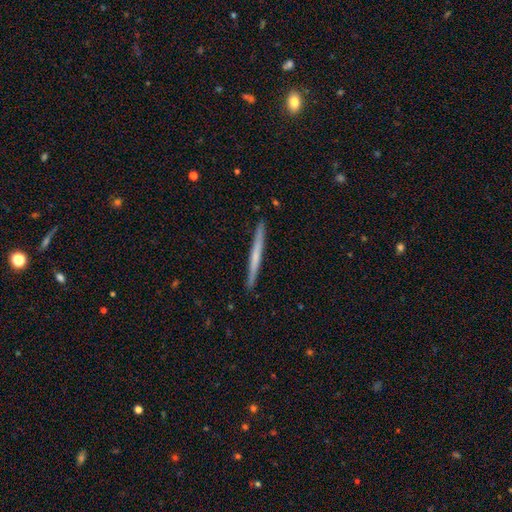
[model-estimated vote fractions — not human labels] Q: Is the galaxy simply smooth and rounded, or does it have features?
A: featured or disk — 49%.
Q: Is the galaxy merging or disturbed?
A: none — 91%.